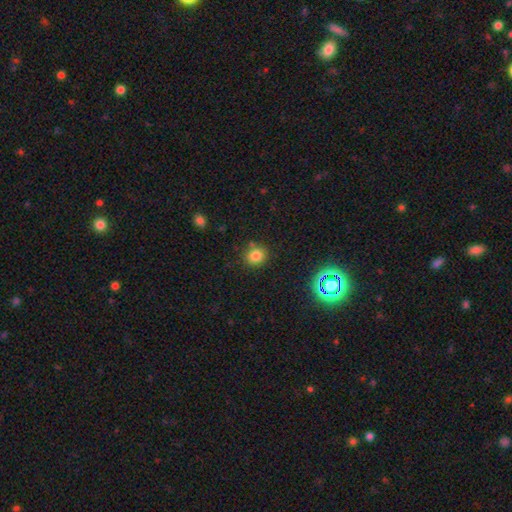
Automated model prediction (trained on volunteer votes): This appears to be a smooth galaxy with no disk features (79%) that is round (80%). Merging: none (79%).